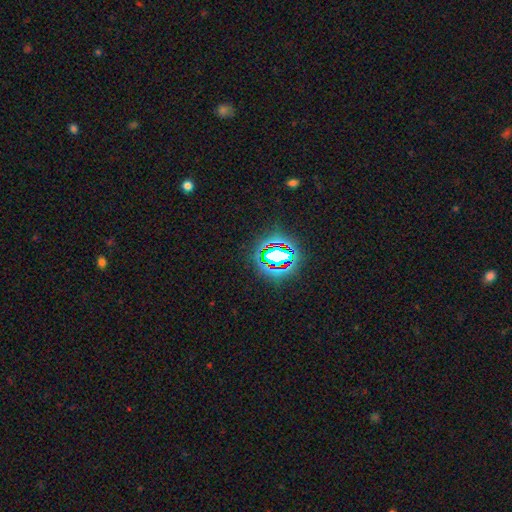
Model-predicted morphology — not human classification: Smooth or featured? star or artifact (79%)